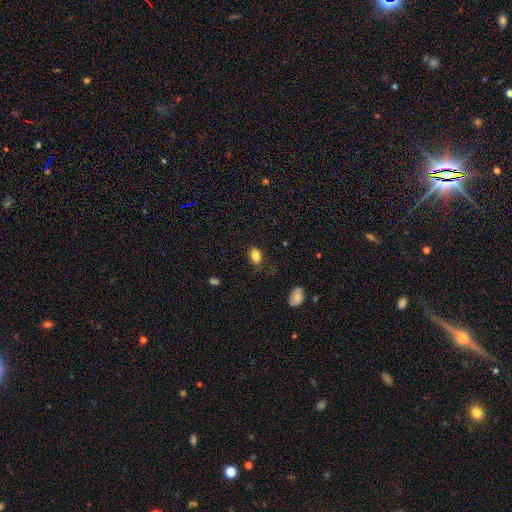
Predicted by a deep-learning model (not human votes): smooth-or-featured: smooth: 83% | star or artifact: 9% | featured or disk: 7%
  how-rounded: in between: 84% | round: 15% | cigar-shaped: 1%
  merging: none: 73% | minor disturbance: 20% | major disturbance: 5% | merger: 2%